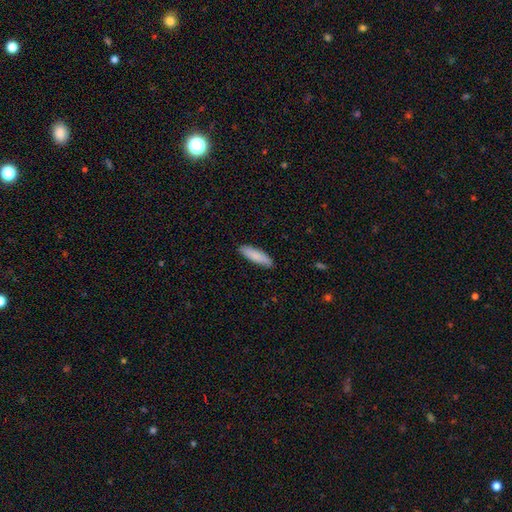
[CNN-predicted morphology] The model was most divided on "how rounded": cigar-shaped: 64%, in between: 34%, round: 1%. More confident: merging — none (89%); smooth or featured — smooth (85%).